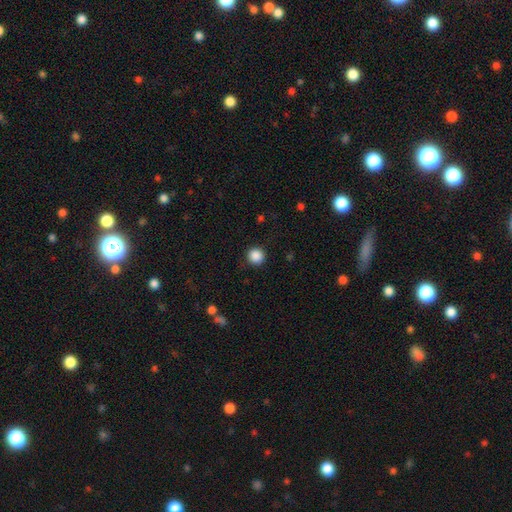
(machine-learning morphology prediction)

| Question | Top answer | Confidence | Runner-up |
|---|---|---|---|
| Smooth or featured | smooth | 88% | star or artifact (10%) |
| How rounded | round | 95% | in between (4%) |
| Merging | none | 91% | minor disturbance (6%) |